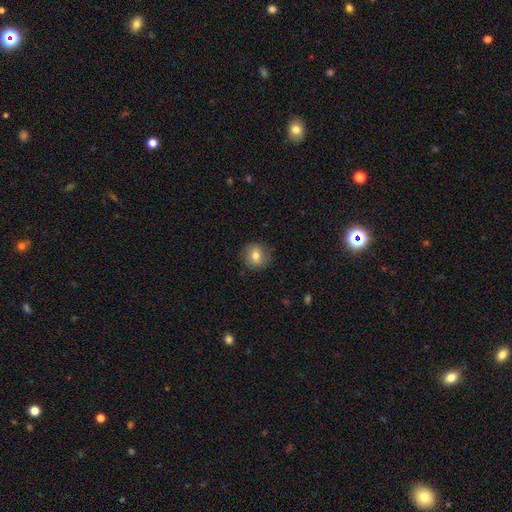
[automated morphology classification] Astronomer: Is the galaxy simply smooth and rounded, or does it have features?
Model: smooth — 75%.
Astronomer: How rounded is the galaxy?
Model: round — 87%.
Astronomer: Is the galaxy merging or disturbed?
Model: none — 85%.